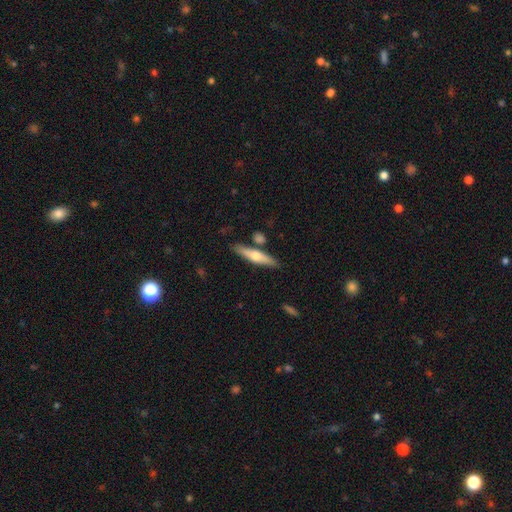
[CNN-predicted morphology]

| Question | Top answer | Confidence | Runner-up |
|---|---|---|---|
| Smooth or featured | featured or disk | 51% | smooth (44%) |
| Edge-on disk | yes | 93% | no (7%) |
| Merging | none | 81% | minor disturbance (10%) |